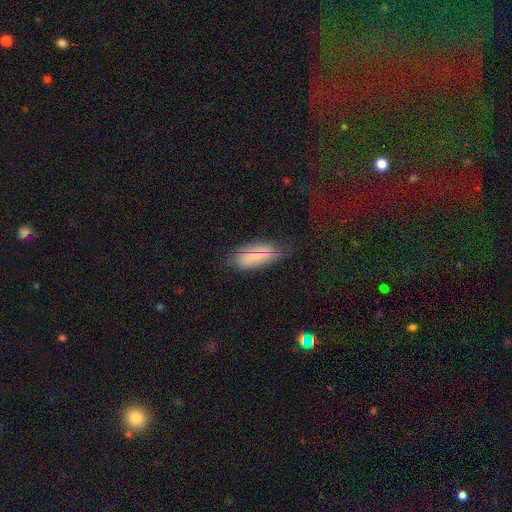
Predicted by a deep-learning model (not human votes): A smooth galaxy with no disk features (54%) that is in between round and cigar-shaped (75%).

Vote fractions:
- Smooth or featured? smooth: 54% / featured or disk: 31% / star or artifact: 15%
- How rounded? in between: 75% / cigar-shaped: 21% / round: 4%
- Merging? none: 66% / minor disturbance: 24% / major disturbance: 8% / merger: 3%